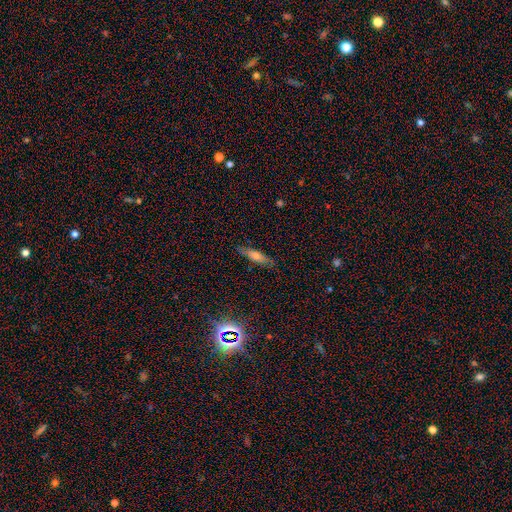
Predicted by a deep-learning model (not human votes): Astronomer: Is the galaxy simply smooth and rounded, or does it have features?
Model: smooth — 53% (runner-up: featured or disk, 33%).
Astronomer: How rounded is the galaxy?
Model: cigar-shaped — 73%.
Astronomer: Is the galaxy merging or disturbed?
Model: none — 85%.